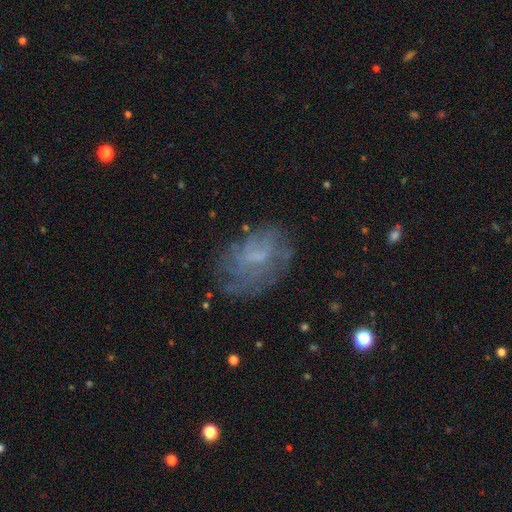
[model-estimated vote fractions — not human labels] Smooth or featured?
  - featured or disk: 53% *
  - smooth: 35%
  - star or artifact: 13%
Edge-on disk?
  - no: 96% *
  - yes: 4%
Bar?
  - no: 55% *
  - weak: 38%
  - strong: 7%
Spiral arms?
  - no: 52% *
  - yes: 48%
Bulge size?
  - small: 38% * (tied)
  - none: 38% * (tied)
  - moderate: 21%
  - large: 2%
  - dominant: 1%
Merging?
  - none: 60% *
  - minor disturbance: 22%
  - major disturbance: 16%
  - merger: 2%